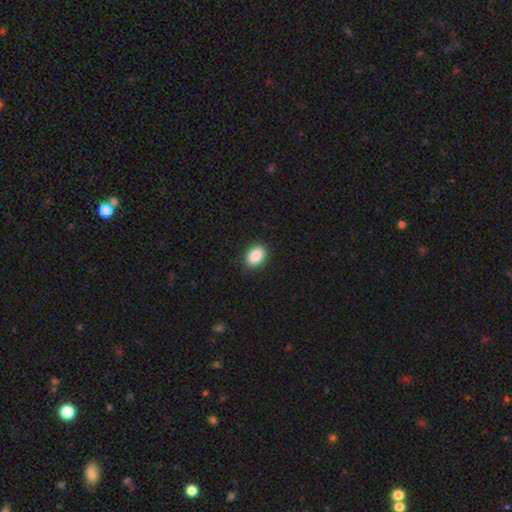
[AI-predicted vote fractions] Smooth or featured?
  - smooth: 88% *
  - star or artifact: 8%
  - featured or disk: 4%
How rounded?
  - in between: 77% *
  - round: 22%
  - cigar-shaped: 1%
Merging?
  - none: 90% *
  - minor disturbance: 7%
  - major disturbance: 2%
  - merger: 1%